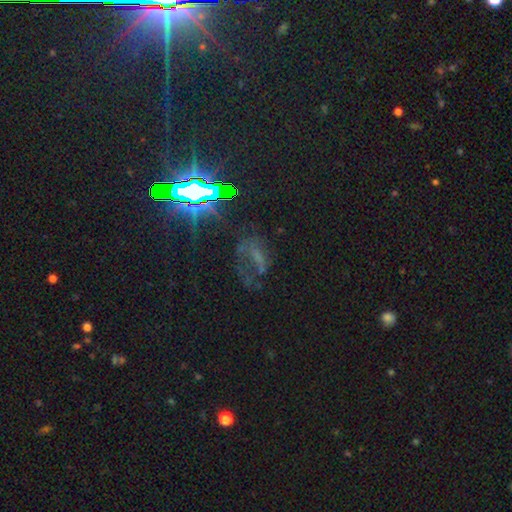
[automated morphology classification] Overall: star or artifact (48%; featured or disk 32%).